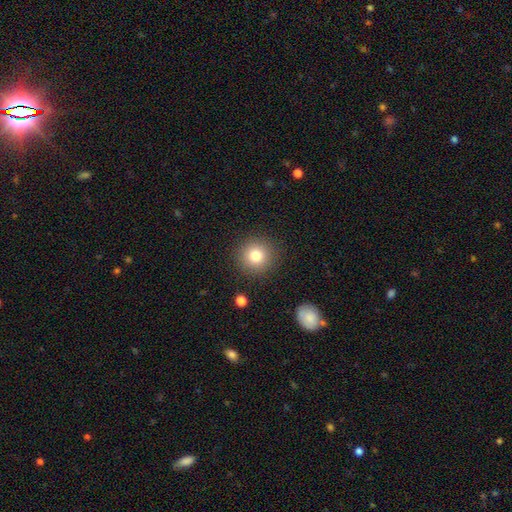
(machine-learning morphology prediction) A smooth galaxy with no disk features (80%) that is round (94%).

Vote fractions:
- Smooth or featured? smooth: 80% / star or artifact: 11% / featured or disk: 8%
- How rounded? round: 94% / in between: 5% / cigar-shaped: 1%
- Merging? none: 89% / minor disturbance: 7% / major disturbance: 3% / merger: 1%